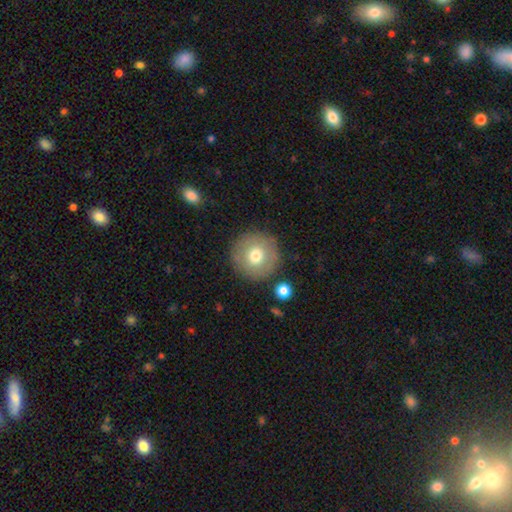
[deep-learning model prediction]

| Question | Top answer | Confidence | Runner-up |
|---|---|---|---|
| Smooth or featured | smooth | 71% | featured or disk (20%) |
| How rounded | round | 96% | in between (3%) |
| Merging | none | 86% | minor disturbance (8%) |